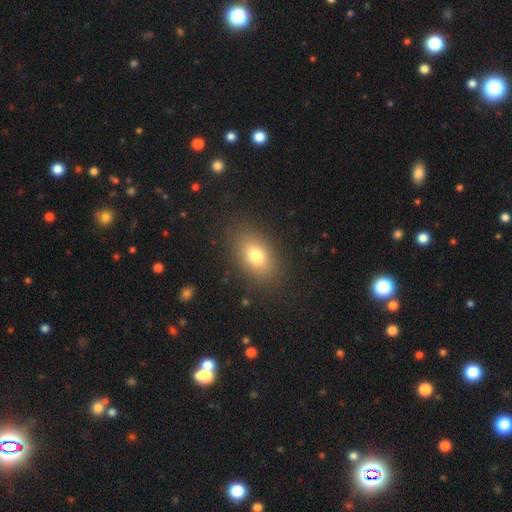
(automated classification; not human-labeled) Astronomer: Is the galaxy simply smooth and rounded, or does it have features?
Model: smooth — 76%.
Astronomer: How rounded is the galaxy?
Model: in between — 84%.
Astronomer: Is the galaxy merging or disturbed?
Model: none — 84%.